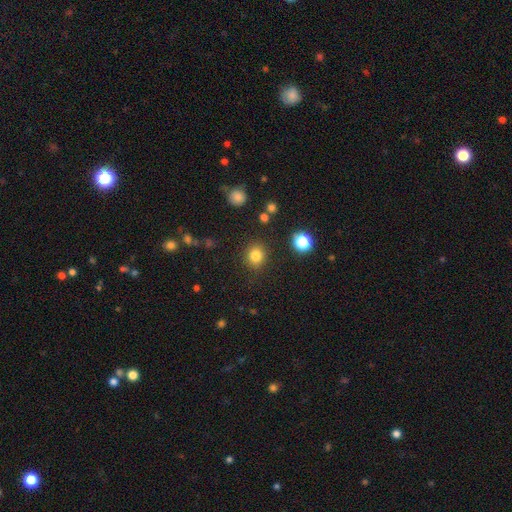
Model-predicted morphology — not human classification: Smooth or featured? Predicted: smooth (p=0.82). How rounded? Predicted: round (p=0.81). Merging? Predicted: none (p=0.87).